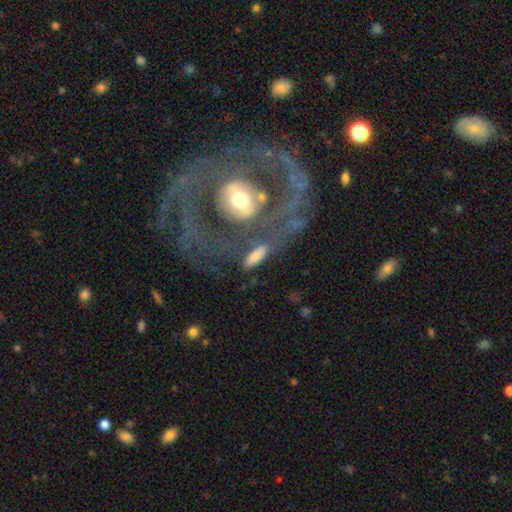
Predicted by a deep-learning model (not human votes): A smooth galaxy with no disk features (68%) that is in between round and cigar-shaped (59%). Merging: none (56%).